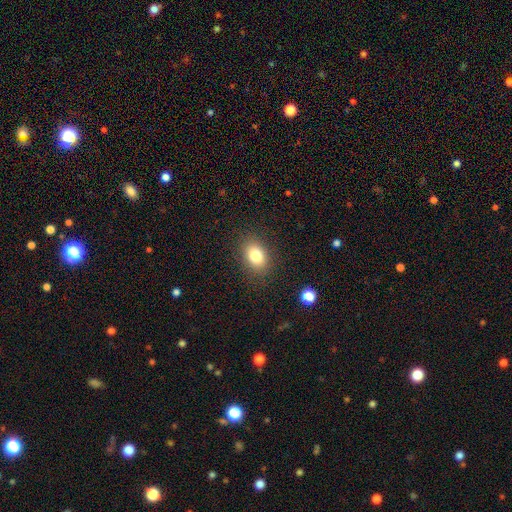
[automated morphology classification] The model was most divided on "how rounded": in between: 75%, round: 24%, cigar-shaped: 1%. More confident: merging — none (86%); smooth or featured — smooth (81%).